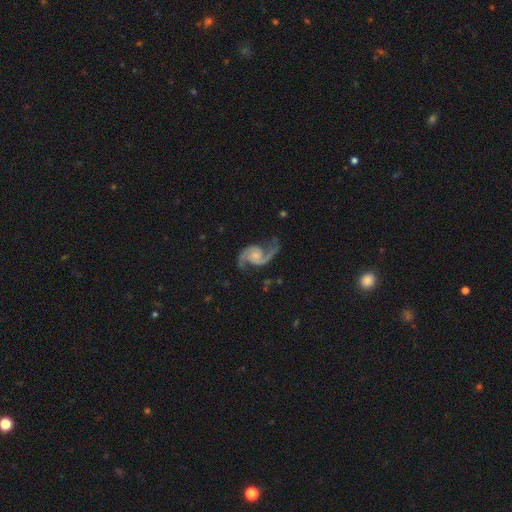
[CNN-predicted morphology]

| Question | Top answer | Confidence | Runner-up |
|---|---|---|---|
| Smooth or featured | featured or disk | 92% | star or artifact (4%) |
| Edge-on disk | no | 98% | yes (2%) |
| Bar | no | 65% | weak (29%) |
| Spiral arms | yes | 98% | no (2%) |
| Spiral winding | medium | 51% | loose (39%) |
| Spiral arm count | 2 | 94% | can't tell (1%) |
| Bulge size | small | 52% | moderate (28%) |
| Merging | none | 73% | minor disturbance (16%) |